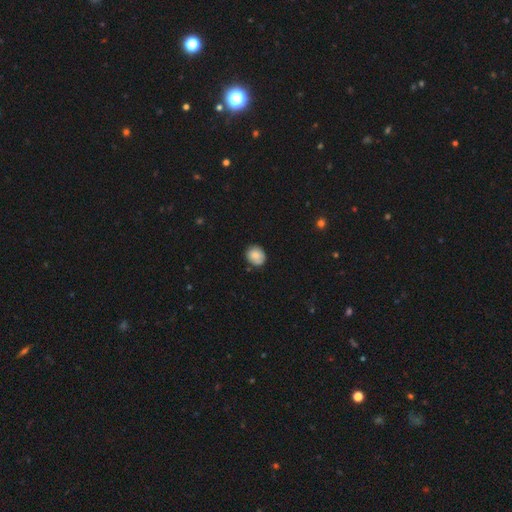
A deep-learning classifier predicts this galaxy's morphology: A smooth galaxy with no disk features (81%) that is round (66%).

Vote fractions:
- Smooth or featured? smooth: 81% / featured or disk: 11% / star or artifact: 8%
- How rounded? round: 66% / in between: 33% / cigar-shaped: 1%
- Merging? none: 79% / minor disturbance: 17% / major disturbance: 3% / merger: 2%